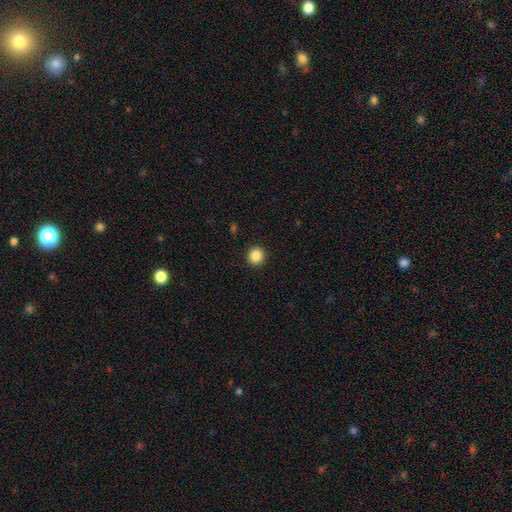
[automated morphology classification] Smooth or featured: smooth — 86% (star or artifact — 10%)
How rounded: round — 92% (in between — 7%)
Merging: none — 93% (minor disturbance — 5%)